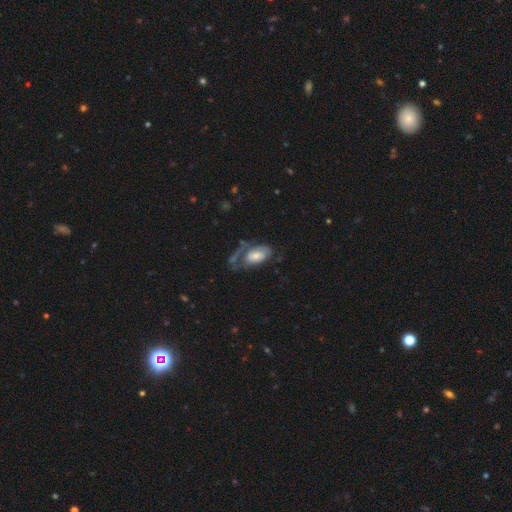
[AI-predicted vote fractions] Q: Smooth or featured?
A: smooth (49%); runner-up: featured or disk (44%)
Q: Merging?
A: major disturbance (38%); runner-up: none (29%)